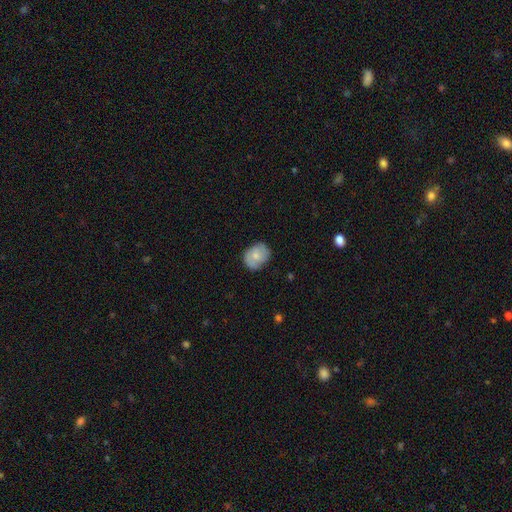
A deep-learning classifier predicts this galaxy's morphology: smooth 66%, featured or disk 27%, star or artifact 7%. Down the decision tree: how rounded — round (57%); merging — none (74%).